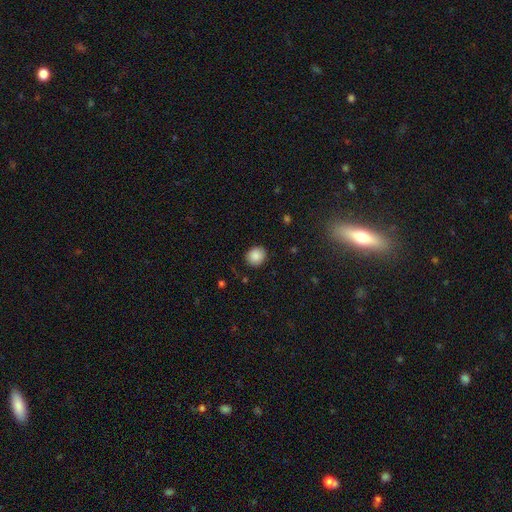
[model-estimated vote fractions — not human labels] Morphology: type=smooth (87%); roundness=round (76%); merging=none (86%).